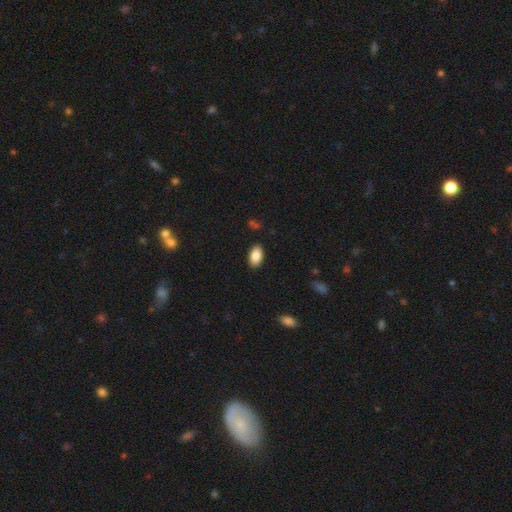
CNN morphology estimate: Smooth or featured?
  - smooth: 87% *
  - star or artifact: 7%
  - featured or disk: 6%
How rounded?
  - in between: 93% *
  - round: 4%
  - cigar-shaped: 3%
Merging?
  - none: 88% *
  - minor disturbance: 9%
  - major disturbance: 2%
  - merger: 1%